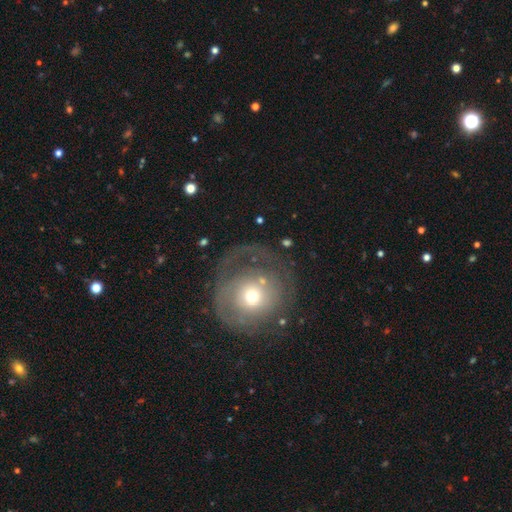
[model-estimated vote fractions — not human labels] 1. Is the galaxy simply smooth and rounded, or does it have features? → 59% featured or disk, 26% smooth, 15% star or artifact.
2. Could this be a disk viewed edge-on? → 96% no, 4% yes.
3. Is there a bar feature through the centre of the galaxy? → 76% no, 17% weak, 7% strong.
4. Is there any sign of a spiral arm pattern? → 65% yes, 35% no.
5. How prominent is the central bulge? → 59% moderate, 30% small, 8% large, 2% dominant, 2% none.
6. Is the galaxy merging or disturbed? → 72% none, 14% minor disturbance, 12% major disturbance, 2% merger.